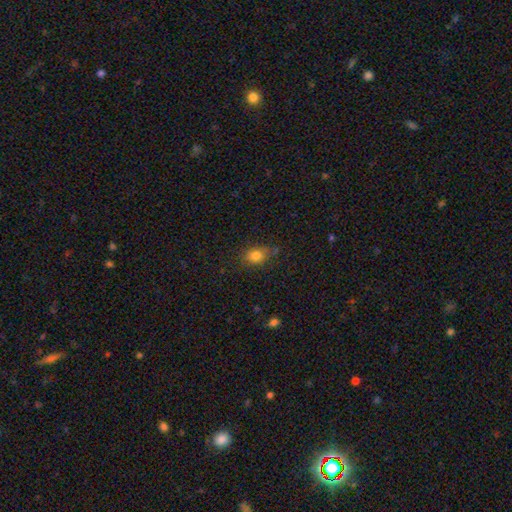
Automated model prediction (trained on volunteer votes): smooth 80%, star or artifact 12%, featured or disk 7%. Down the decision tree: how rounded — in between (55%); merging — none (71%).